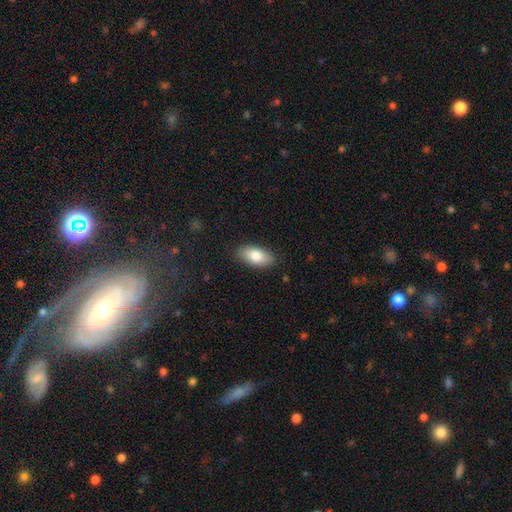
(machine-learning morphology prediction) Q: Smooth or featured?
A: smooth (81%); runner-up: featured or disk (12%)
Q: How rounded?
A: in between (91%); runner-up: cigar-shaped (7%)
Q: Merging?
A: none (87%); runner-up: minor disturbance (10%)